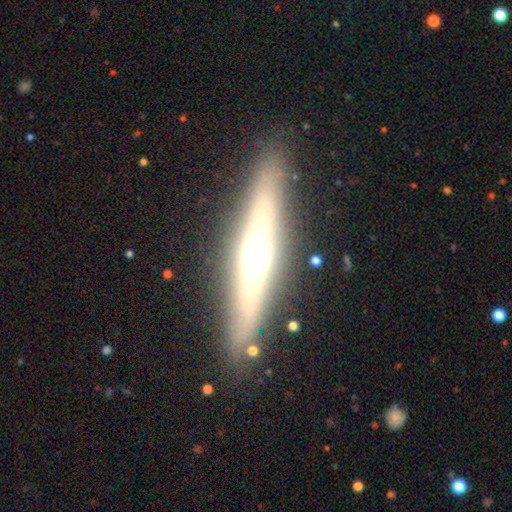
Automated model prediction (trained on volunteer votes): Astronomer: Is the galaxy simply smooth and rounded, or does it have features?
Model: featured or disk — 64%.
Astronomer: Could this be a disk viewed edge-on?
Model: yes — 91%.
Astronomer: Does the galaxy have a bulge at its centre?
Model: rounded — 74%.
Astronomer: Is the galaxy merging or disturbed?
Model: none — 86%.